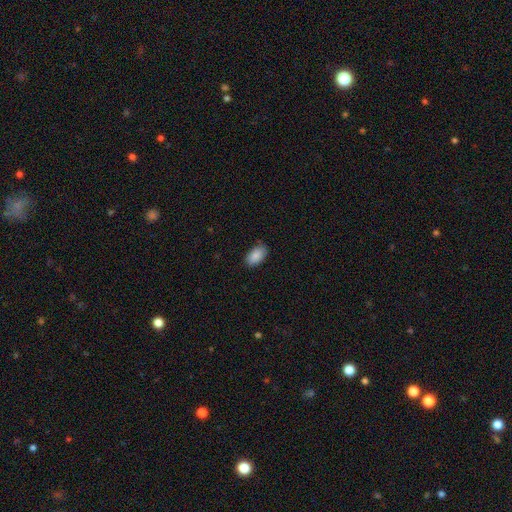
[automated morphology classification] Smooth or featured? Predicted: smooth (p=0.89). How rounded? Predicted: in between (p=0.94). Merging? Predicted: none (p=0.82).